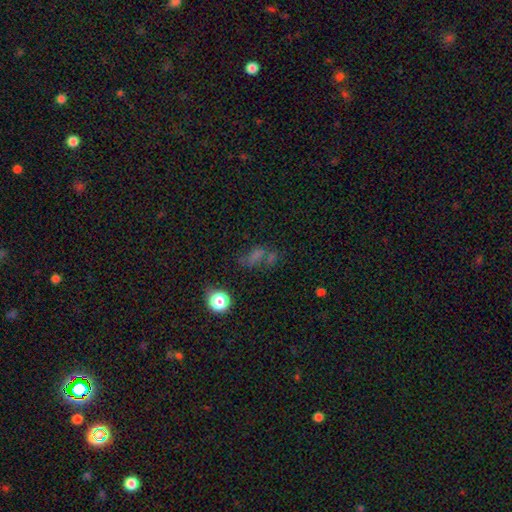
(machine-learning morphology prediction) smooth_or_featured: smooth (p=0.44) [alt: star or artifact p=0.36]
merging: none (p=0.48) [alt: merger p=0.21]